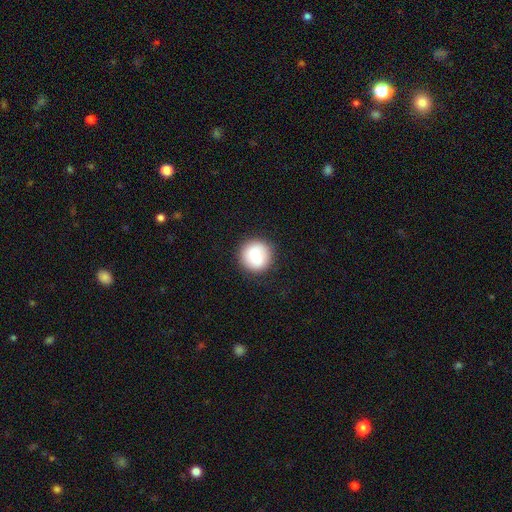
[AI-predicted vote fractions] smooth 79%, featured or disk 13%, star or artifact 9%. Down the decision tree: how rounded — round (96%); merging — none (91%).